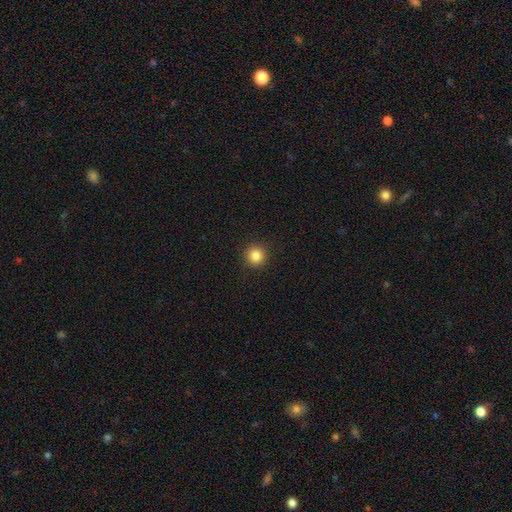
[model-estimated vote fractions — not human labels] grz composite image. It shows a smooth galaxy with no disk features (85%) that is round (94%). Merging: none (92%).